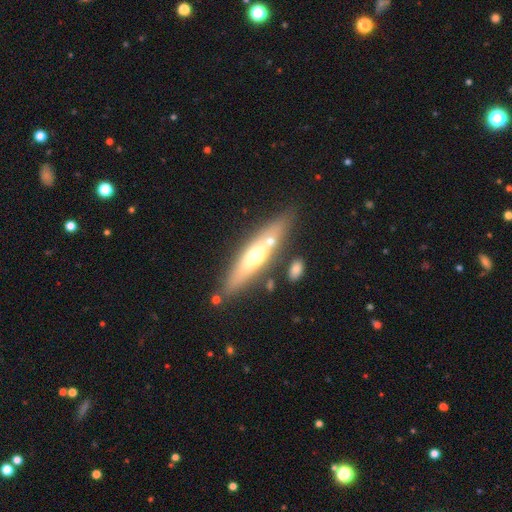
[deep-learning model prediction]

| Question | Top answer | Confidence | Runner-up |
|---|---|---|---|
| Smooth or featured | featured or disk | 54% | smooth (40%) |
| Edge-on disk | yes | 80% | no (20%) |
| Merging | none | 76% | minor disturbance (12%) |